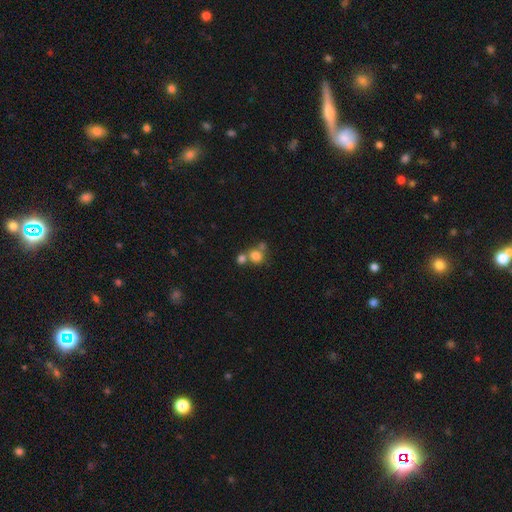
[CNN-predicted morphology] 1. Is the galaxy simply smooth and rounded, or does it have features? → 77% smooth, 13% star or artifact, 10% featured or disk.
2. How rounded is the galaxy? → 81% round, 18% in between, 1% cigar-shaped.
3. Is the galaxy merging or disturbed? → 45% none, 42% merger, 8% minor disturbance, 4% major disturbance.